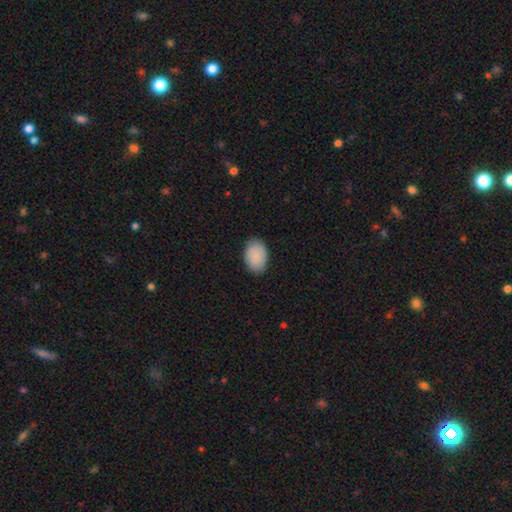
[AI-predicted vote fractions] Smooth or featured: smooth — 89% (star or artifact — 6%)
How rounded: in between — 85% (round — 14%)
Merging: none — 84% (minor disturbance — 12%)